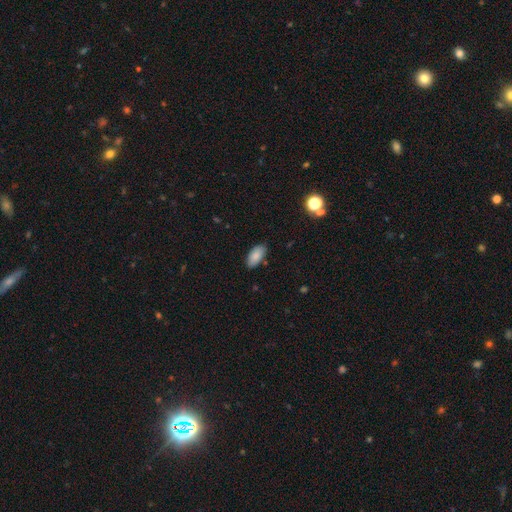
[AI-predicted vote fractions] smooth-or-featured: smooth: 86% | star or artifact: 7% | featured or disk: 7%
  how-rounded: in between: 93% | cigar-shaped: 5% | round: 2%
  merging: none: 85% | minor disturbance: 12% | major disturbance: 2% | merger: 1%